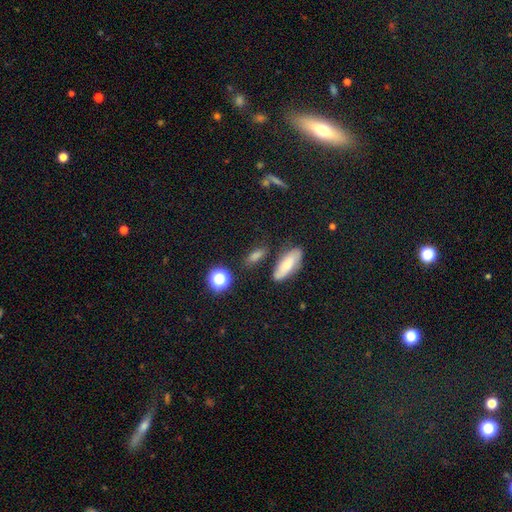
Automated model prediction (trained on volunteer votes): smooth-or-featured: smooth: 65% | star or artifact: 21% | featured or disk: 14%
  how-rounded: in between: 50% | cigar-shaped: 27% | round: 23%
  merging: none: 72% | minor disturbance: 15% | merger: 8% | major disturbance: 5%